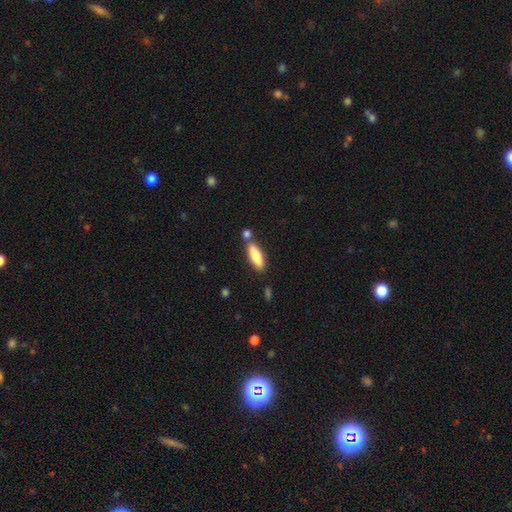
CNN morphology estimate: smooth-or-featured: smooth: 81% | featured or disk: 13% | star or artifact: 6%
  how-rounded: in between: 50% | cigar-shaped: 48% | round: 2%
  merging: none: 71% | merger: 15% | minor disturbance: 11% | major disturbance: 3%